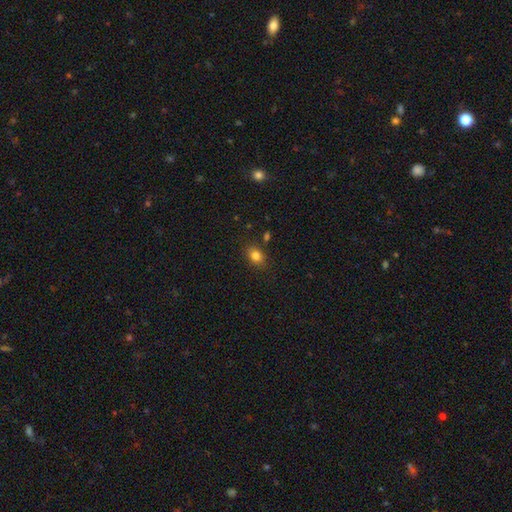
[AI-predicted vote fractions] smooth-or-featured: smooth: 82% | star or artifact: 11% | featured or disk: 7%
  how-rounded: in between: 67% | round: 31% | cigar-shaped: 1%
  merging: none: 82% | minor disturbance: 12% | merger: 3% | major disturbance: 3%